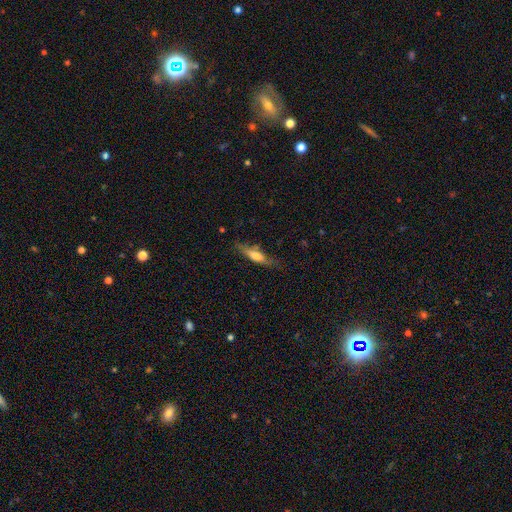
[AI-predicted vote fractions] Smooth or featured: smooth — 56% (featured or disk — 36%)
How rounded: cigar-shaped — 66% (in between — 31%)
Merging: none — 67% (minor disturbance — 23%)